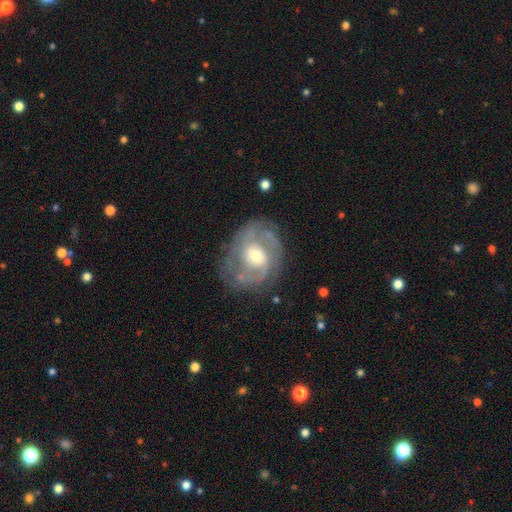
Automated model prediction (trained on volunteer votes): featured or disk 79%, smooth 15%, star or artifact 6%. Down the decision tree: edge-on disk — no (97%); bar — no (51%); spiral arms — yes (87%); spiral arm count — 2 (52%); spiral winding — tight (45%); bulge size — moderate (56%); merging — none (69%).